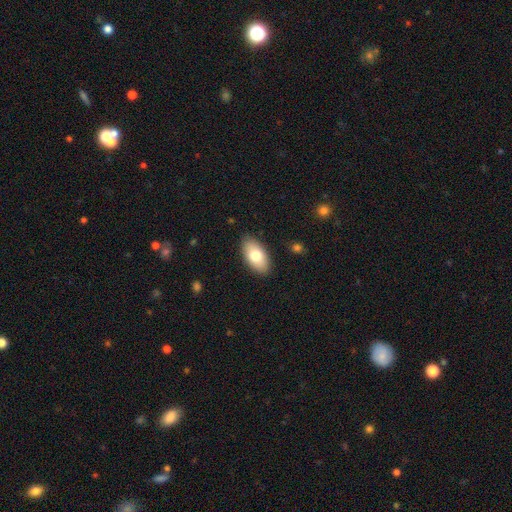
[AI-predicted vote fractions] The model was most divided on "smooth or featured": smooth: 76%, featured or disk: 18%, star or artifact: 6%. More confident: how rounded — in between (94%); merging — none (87%).